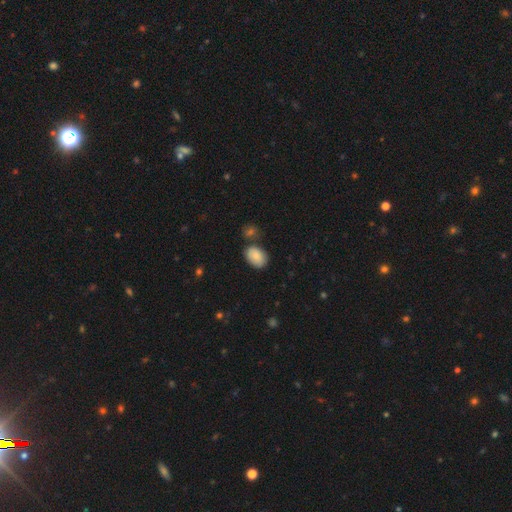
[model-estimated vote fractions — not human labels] Smooth or featured: smooth — 86% (star or artifact — 7%)
How rounded: in between — 86% (round — 13%)
Merging: none — 70% (minor disturbance — 16%)